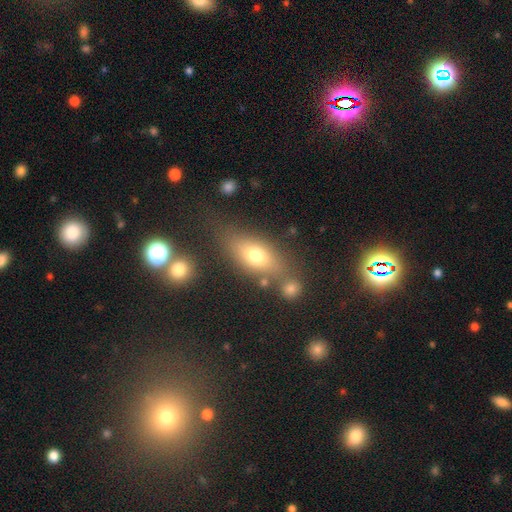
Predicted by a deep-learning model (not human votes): This is likely a smooth galaxy (68%). How rounded: likely in between (72%). Merging: likely none (65%).